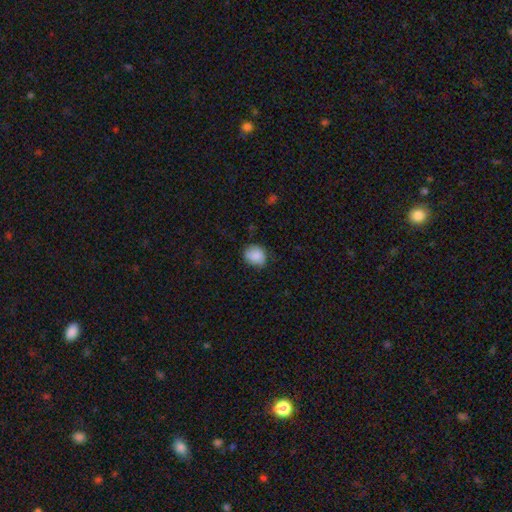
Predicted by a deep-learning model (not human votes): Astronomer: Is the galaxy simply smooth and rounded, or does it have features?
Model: smooth — 85%.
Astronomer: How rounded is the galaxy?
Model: round — 57% (runner-up: in between, 42%).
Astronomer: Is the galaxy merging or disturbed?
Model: none — 72%.